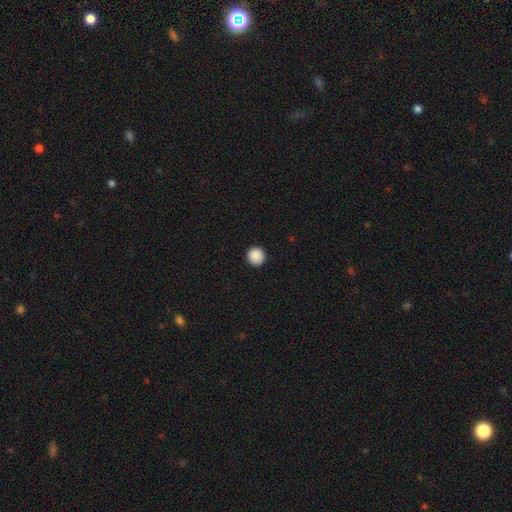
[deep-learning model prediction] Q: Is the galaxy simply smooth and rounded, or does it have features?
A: smooth — 89%.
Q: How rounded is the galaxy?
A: round — 96%.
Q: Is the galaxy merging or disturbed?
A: none — 93%.